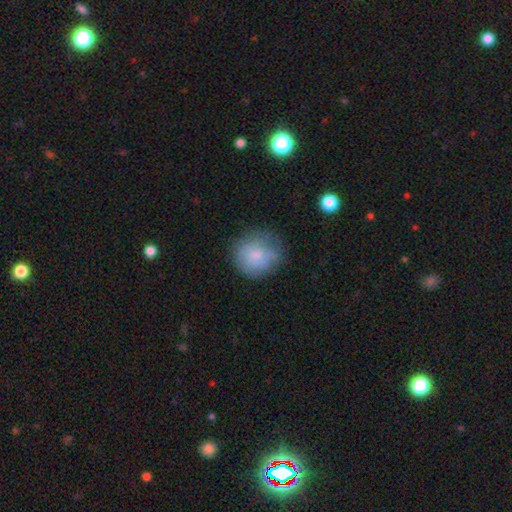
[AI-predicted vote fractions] The model was most divided on "merging": none: 65%, minor disturbance: 24%, major disturbance: 9%, merger: 2%. More confident: how rounded — round (86%); smooth or featured — smooth (73%).